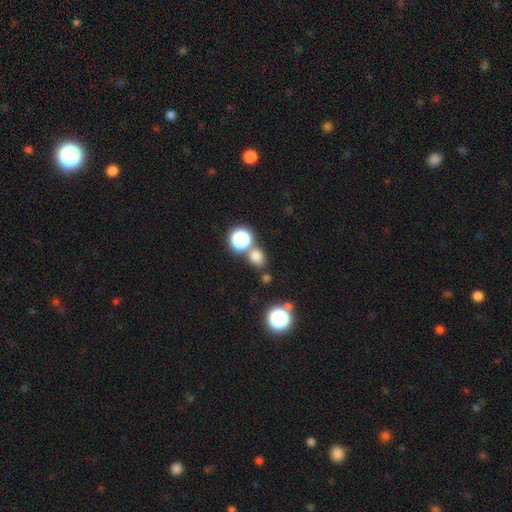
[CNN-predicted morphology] Q: Smooth or featured?
A: smooth (72%); runner-up: star or artifact (21%)
Q: How rounded?
A: round (64%); runner-up: in between (35%)
Q: Merging?
A: none (69%); runner-up: merger (18%)